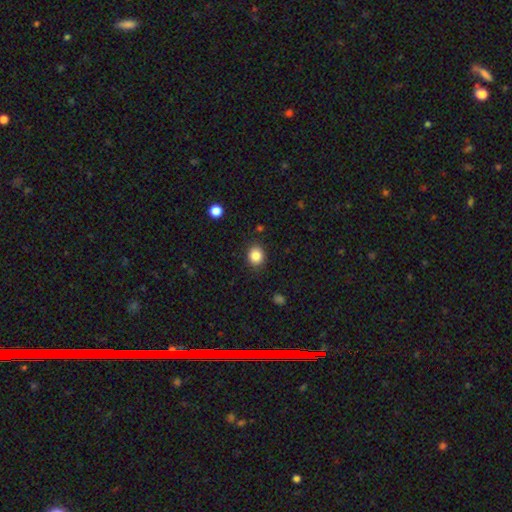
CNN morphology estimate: Smooth or featured: smooth — 85% (star or artifact — 10%)
How rounded: round — 75% (in between — 25%)
Merging: none — 87% (minor disturbance — 9%)